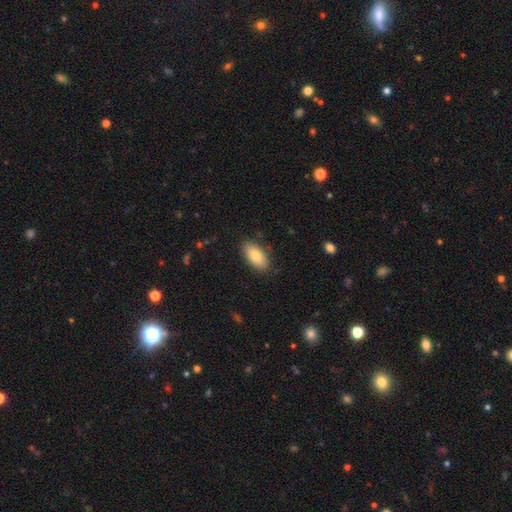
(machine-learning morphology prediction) Smooth or featured?
  - smooth: 81% *
  - featured or disk: 13%
  - star or artifact: 6%
How rounded?
  - in between: 92% *
  - cigar-shaped: 5%
  - round: 3%
Merging?
  - none: 85% *
  - minor disturbance: 11%
  - major disturbance: 2%
  - merger: 1%